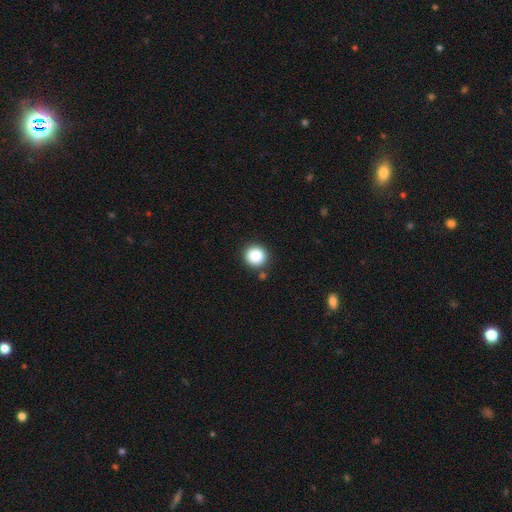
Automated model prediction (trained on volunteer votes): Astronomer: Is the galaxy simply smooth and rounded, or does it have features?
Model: smooth — 87%.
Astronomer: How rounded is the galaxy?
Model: round — 93%.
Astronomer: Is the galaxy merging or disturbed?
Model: none — 87%.